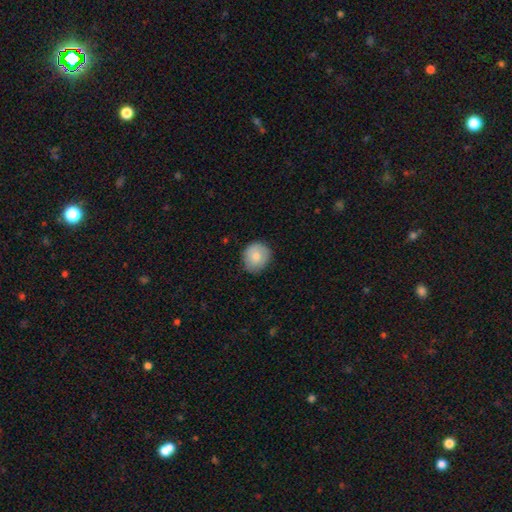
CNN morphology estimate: Q: Smooth or featured?
A: smooth (81%); runner-up: featured or disk (12%)
Q: How rounded?
A: round (83%); runner-up: in between (16%)
Q: Merging?
A: none (80%); runner-up: minor disturbance (16%)